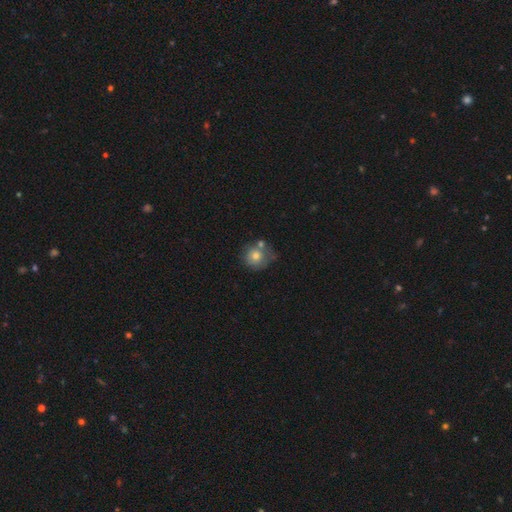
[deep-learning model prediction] Morphology: type=smooth (70%); roundness=round (88%); merging=none (50%).